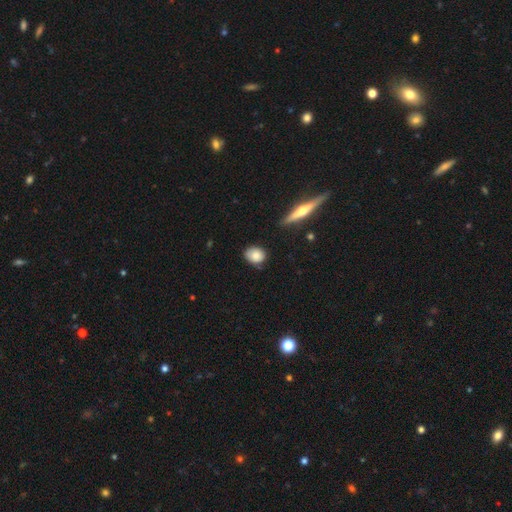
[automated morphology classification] Smooth or featured? Predicted: smooth (p=0.81). How rounded? Predicted: round (p=0.58). Merging? Predicted: none (p=0.73).